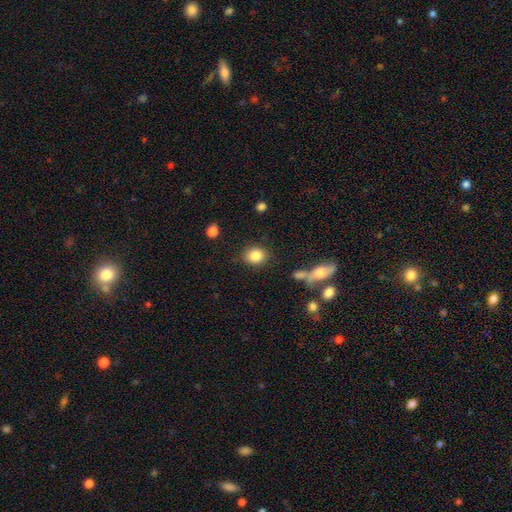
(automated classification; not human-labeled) Smooth or featured: smooth — 85% (star or artifact — 9%)
How rounded: round — 60% (in between — 38%)
Merging: none — 84% (minor disturbance — 10%)